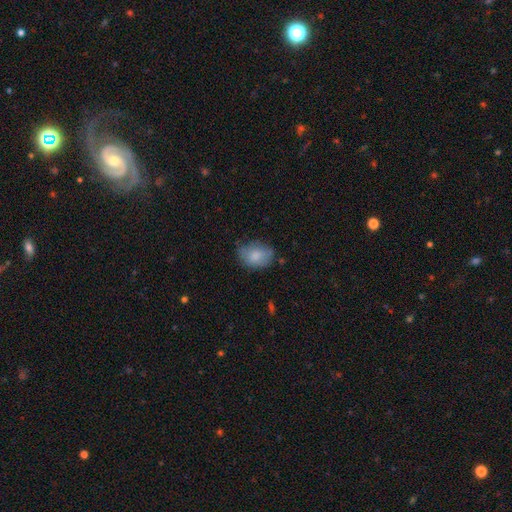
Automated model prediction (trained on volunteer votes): smooth 80%, featured or disk 13%, star or artifact 7%. Down the decision tree: how rounded — in between (77%); merging — none (61%).